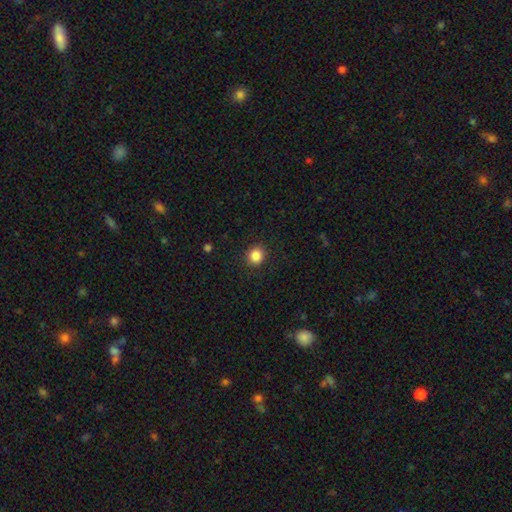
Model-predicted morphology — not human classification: smooth-or-featured: smooth: 86% | star or artifact: 10% | featured or disk: 4%
  how-rounded: round: 86% | in between: 13% | cigar-shaped: 1%
  merging: none: 91% | minor disturbance: 6% | major disturbance: 2% | merger: 1%